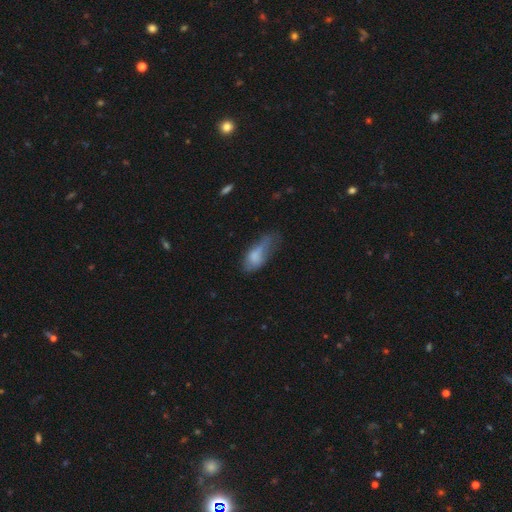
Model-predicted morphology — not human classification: Smooth or featured?
  - smooth: 69% *
  - featured or disk: 22%
  - star or artifact: 9%
How rounded?
  - in between: 81% *
  - cigar-shaped: 16%
  - round: 3%
Merging?
  - major disturbance: 37% *
  - minor disturbance: 34%
  - none: 24%
  - merger: 4%